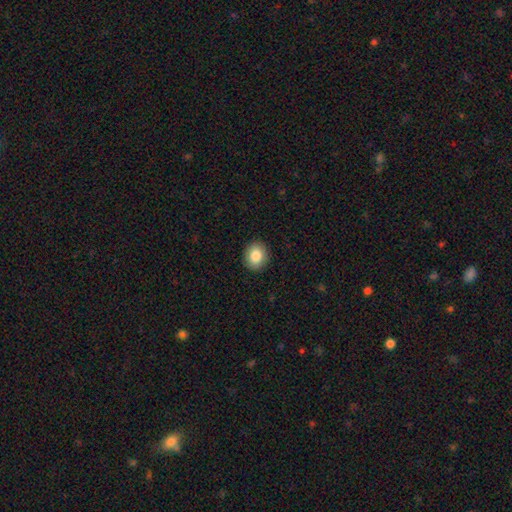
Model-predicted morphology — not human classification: Smooth or featured?
  - smooth: 86% *
  - star or artifact: 8%
  - featured or disk: 6%
How rounded?
  - round: 65% *
  - in between: 34%
  - cigar-shaped: 1%
Merging?
  - none: 91% *
  - minor disturbance: 6%
  - major disturbance: 2%
  - merger: 1%